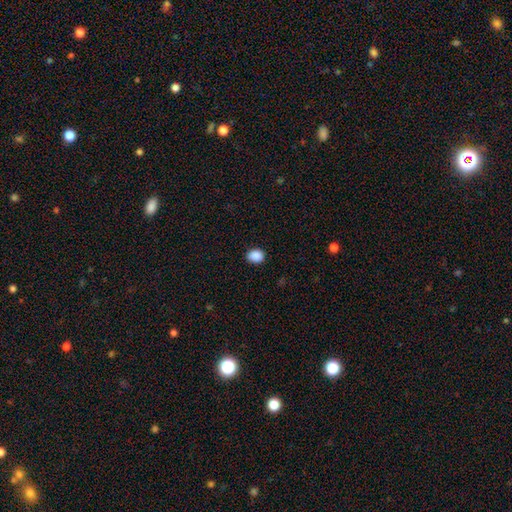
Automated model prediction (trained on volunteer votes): smooth_or_featured: smooth (p=0.89) [alt: star or artifact p=0.09]
how_rounded: round (p=0.50) [alt: in between p=0.49]
merging: none (p=0.87) [alt: minor disturbance p=0.10]